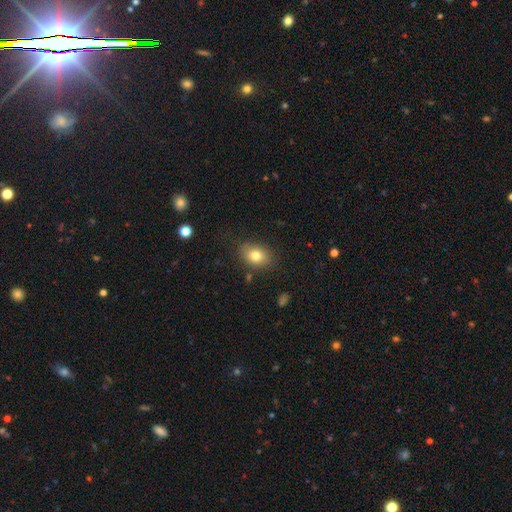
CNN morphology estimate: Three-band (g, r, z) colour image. It shows a smooth galaxy with no disk features (80%) that is in between round and cigar-shaped (71%). Merging: none (80%).